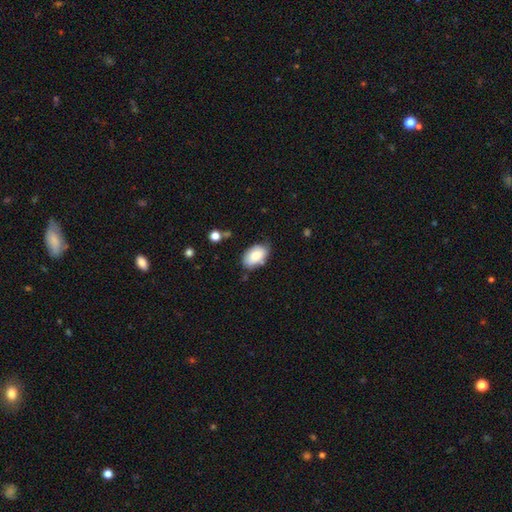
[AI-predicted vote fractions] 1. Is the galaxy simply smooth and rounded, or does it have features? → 84% smooth, 9% featured or disk, 7% star or artifact.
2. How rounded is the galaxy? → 92% in between, 6% round, 1% cigar-shaped.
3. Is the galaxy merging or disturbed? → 74% none, 20% minor disturbance, 3% major disturbance, 3% merger.